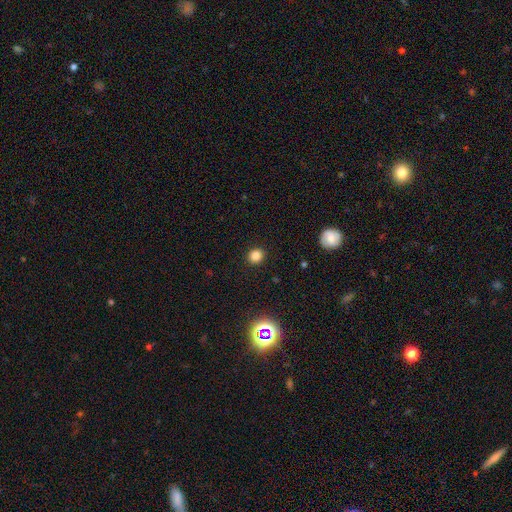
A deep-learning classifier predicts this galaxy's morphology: This appears to be a smooth galaxy with no disk features (82%) that is round (84%). Merging: none (91%).